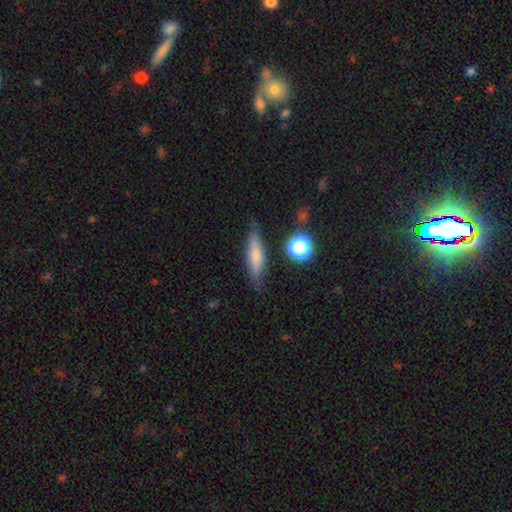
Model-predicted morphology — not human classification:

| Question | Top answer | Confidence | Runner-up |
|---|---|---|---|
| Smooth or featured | smooth | 65% | featured or disk (25%) |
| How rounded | cigar-shaped | 70% | in between (27%) |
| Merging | none | 77% | minor disturbance (16%) |